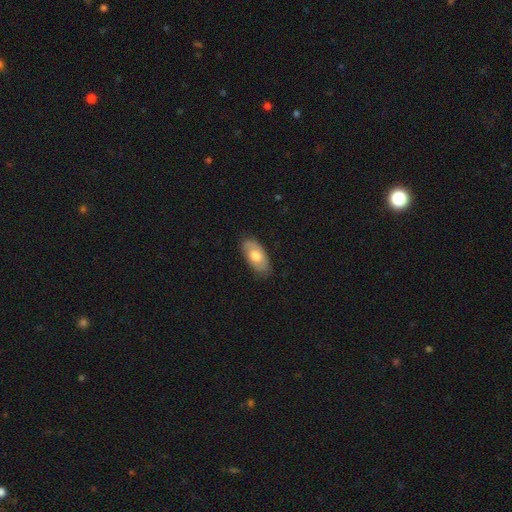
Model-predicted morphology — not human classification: This appears to be a smooth galaxy with no disk features (64%) that is in between round and cigar-shaped (93%). Merging: none (80%).